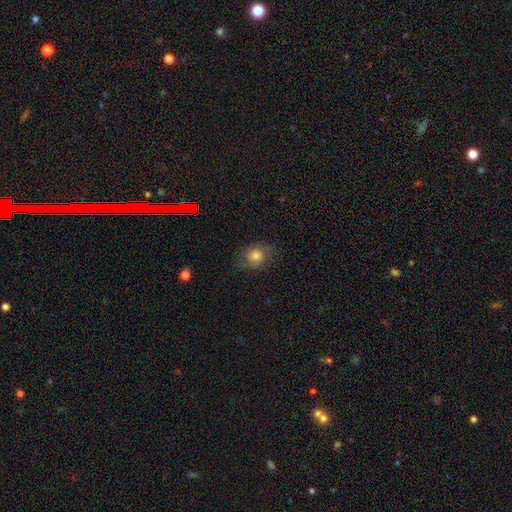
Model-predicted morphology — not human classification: Smooth or featured?
  - smooth: 67% *
  - featured or disk: 22%
  - star or artifact: 10%
How rounded?
  - round: 50% *
  - in between: 48%
  - cigar-shaped: 2%
Merging?
  - none: 68% *
  - minor disturbance: 22%
  - major disturbance: 9%
  - merger: 1%